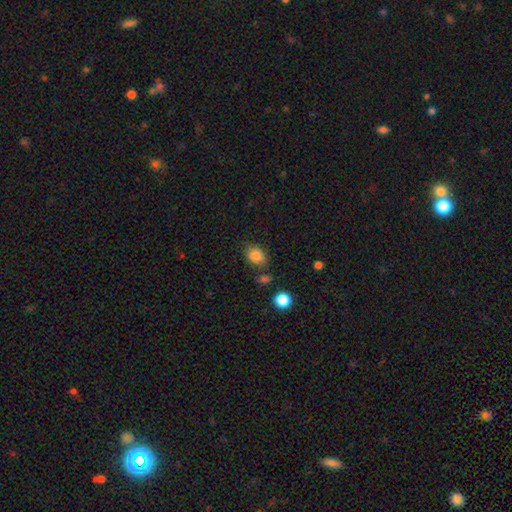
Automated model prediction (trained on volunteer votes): This is clearly a smooth galaxy (84%). How rounded: likely in between (67%). Merging: likely none (74%).